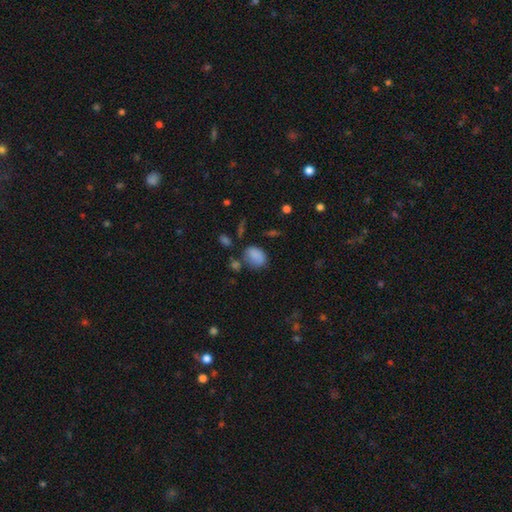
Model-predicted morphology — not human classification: smooth-or-featured: smooth: 83% | star or artifact: 10% | featured or disk: 7%
  how-rounded: in between: 70% | round: 29% | cigar-shaped: 1%
  merging: none: 59% | minor disturbance: 24% | merger: 9% | major disturbance: 8%